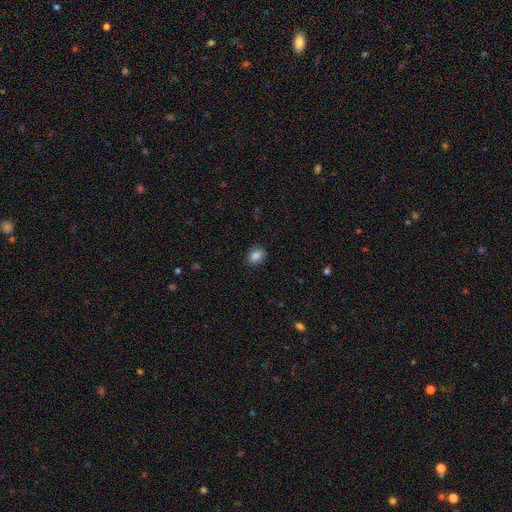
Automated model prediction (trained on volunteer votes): smooth 86%, star or artifact 9%, featured or disk 5%. Down the decision tree: how rounded — in between (68%); merging — none (87%).